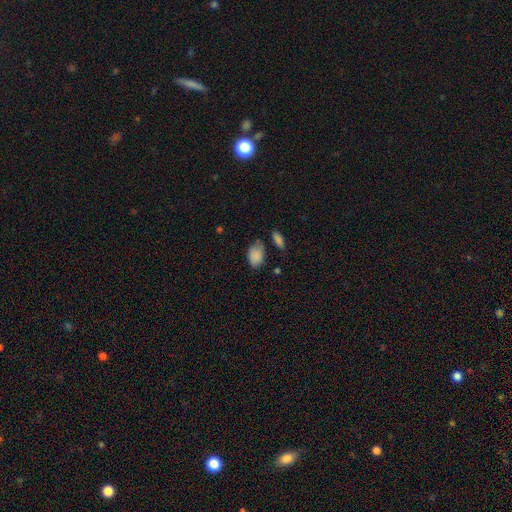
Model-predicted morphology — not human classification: This is clearly a smooth galaxy (85%). How rounded: clearly in between (89%). Merging: possibly none (54%).